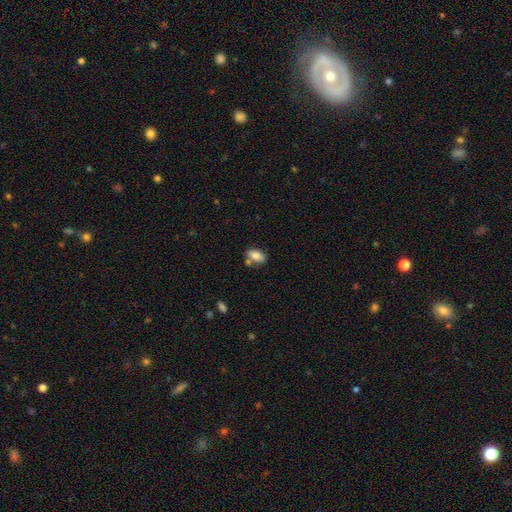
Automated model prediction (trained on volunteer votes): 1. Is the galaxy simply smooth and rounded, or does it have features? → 79% smooth, 14% featured or disk, 8% star or artifact.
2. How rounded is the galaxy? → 90% in between, 6% round, 4% cigar-shaped.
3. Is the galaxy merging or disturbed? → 64% none, 17% merger, 15% minor disturbance, 4% major disturbance.